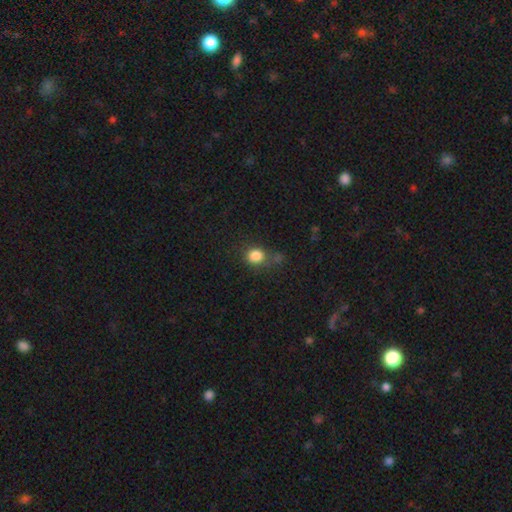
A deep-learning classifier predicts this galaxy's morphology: Smooth or featured: smooth — 83% (star or artifact — 11%)
How rounded: round — 72% (in between — 27%)
Merging: none — 60% (minor disturbance — 20%)